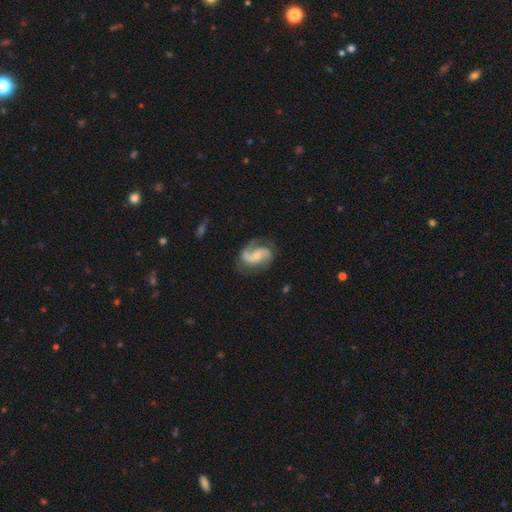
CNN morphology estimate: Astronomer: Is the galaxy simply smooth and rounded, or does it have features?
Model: featured or disk — 85%.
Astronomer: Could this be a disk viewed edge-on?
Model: no — 98%.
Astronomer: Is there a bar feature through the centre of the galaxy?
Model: no — 50% (runner-up: weak, 37%).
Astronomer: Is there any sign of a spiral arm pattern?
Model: yes — 96%.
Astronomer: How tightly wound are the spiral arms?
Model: medium — 47% (runner-up: loose, 37%).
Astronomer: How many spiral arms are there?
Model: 2 — 87%.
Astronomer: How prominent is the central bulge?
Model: small — 51% (runner-up: moderate, 40%).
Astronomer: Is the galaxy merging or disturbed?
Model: none — 69%.